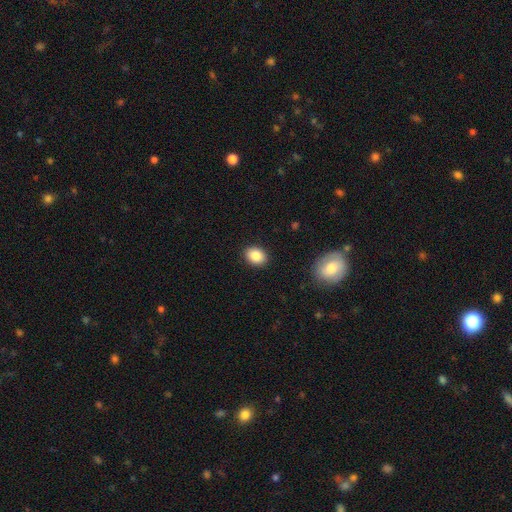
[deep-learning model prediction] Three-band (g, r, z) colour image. It shows a smooth galaxy with no disk features (86%) that is in between round and cigar-shaped (64%). Merging: none (90%).